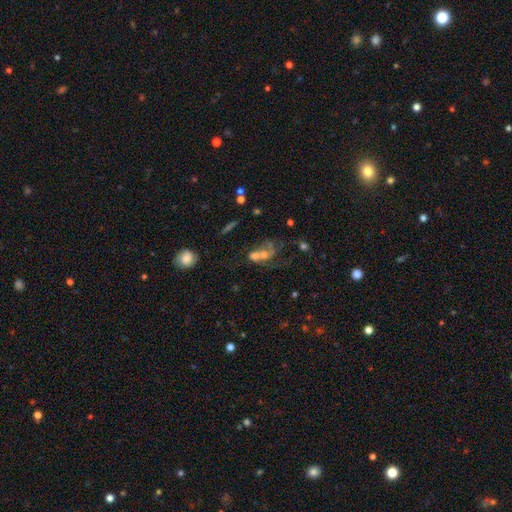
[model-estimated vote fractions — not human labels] Q: Smooth or featured?
A: smooth (47%); runner-up: featured or disk (37%)
Q: Merging?
A: merger (65%); runner-up: none (15%)